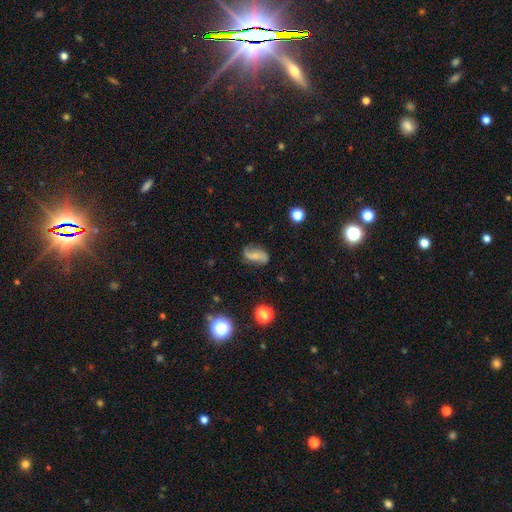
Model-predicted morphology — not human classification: A featured or disk galaxy (67%) with no bar (45%), 2 (91%) loose (71%) spiral arms (93%) and no central bulge (47%). Merging: none (74%).